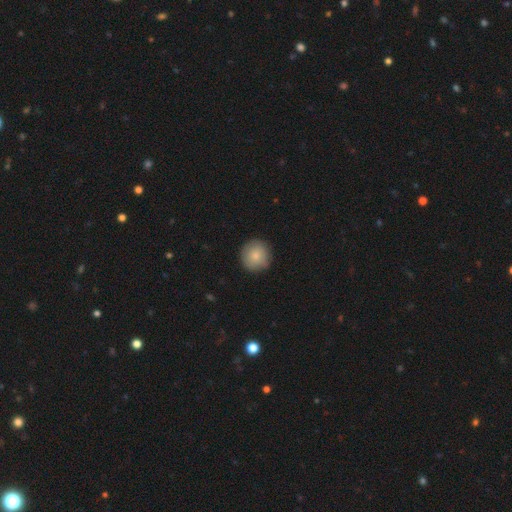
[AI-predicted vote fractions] The model was most divided on "smooth or featured": smooth: 84%, featured or disk: 10%, star or artifact: 7%. More confident: how rounded — round (94%); merging — none (89%).